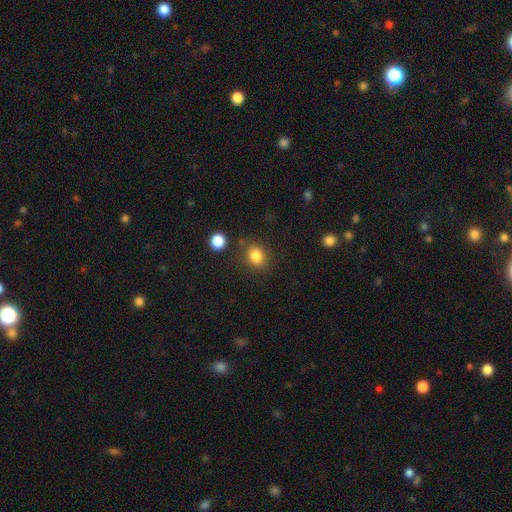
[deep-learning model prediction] Smooth or featured? smooth (83%)
How rounded? round (56%)
Merging? none (78%)